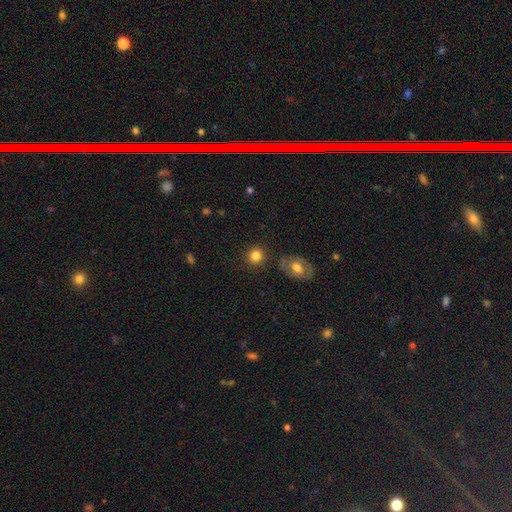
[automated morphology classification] smooth-or-featured: smooth: 83% | star or artifact: 9% | featured or disk: 8%
  how-rounded: round: 88% | in between: 11% | cigar-shaped: 1%
  merging: none: 85% | minor disturbance: 8% | merger: 4% | major disturbance: 3%